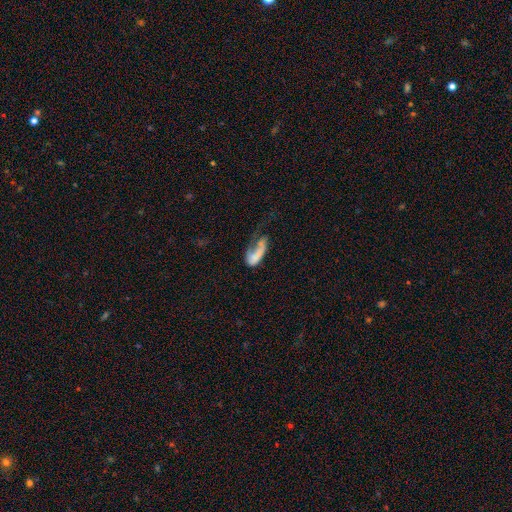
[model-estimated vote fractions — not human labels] smooth_or_featured: smooth (p=0.48) [alt: featured or disk p=0.44]
merging: major disturbance (p=0.56) [alt: none p=0.19]